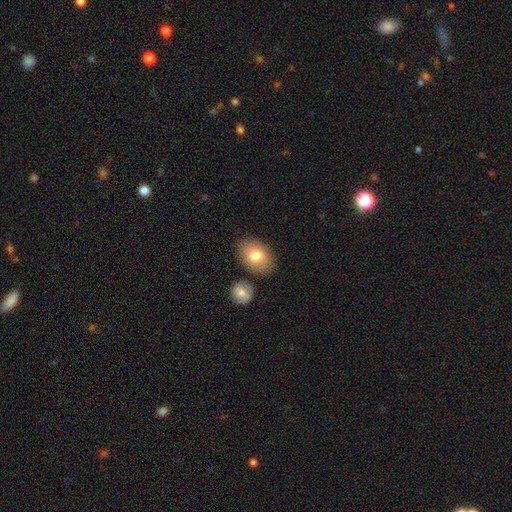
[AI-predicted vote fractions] A smooth galaxy with no disk features (78%) that is in between round and cigar-shaped (80%). Merging: none (79%).